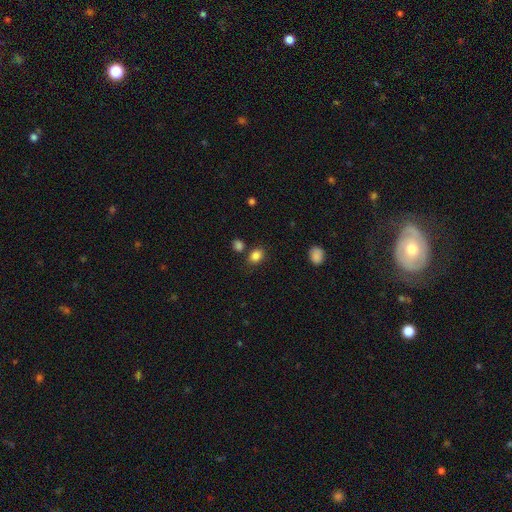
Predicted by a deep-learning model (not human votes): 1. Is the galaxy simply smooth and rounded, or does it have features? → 85% smooth, 11% star or artifact, 5% featured or disk.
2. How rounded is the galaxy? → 59% in between, 40% round, 1% cigar-shaped.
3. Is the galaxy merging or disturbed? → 75% none, 12% minor disturbance, 9% merger, 4% major disturbance.